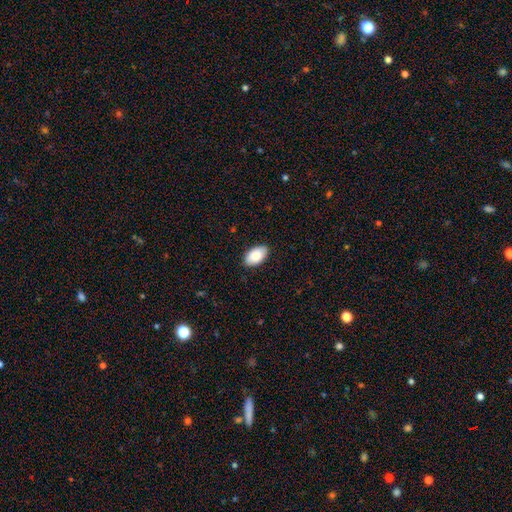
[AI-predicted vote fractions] smooth-or-featured: smooth: 88% | featured or disk: 6% | star or artifact: 6%
  how-rounded: in between: 95% | round: 4% | cigar-shaped: 1%
  merging: none: 87% | minor disturbance: 10% | major disturbance: 2% | merger: 1%